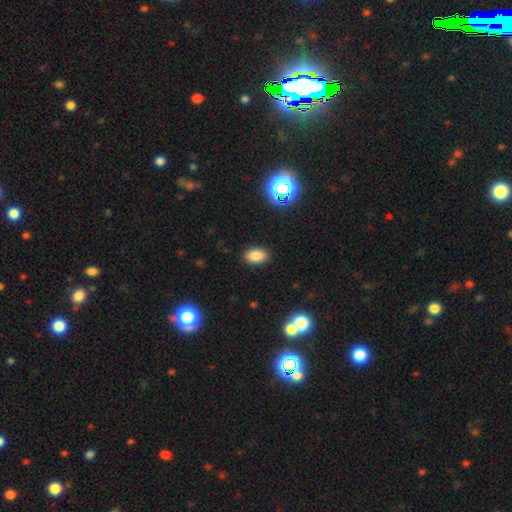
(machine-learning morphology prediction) Smooth or featured? smooth (82%)
How rounded? in between (90%)
Merging? none (88%)